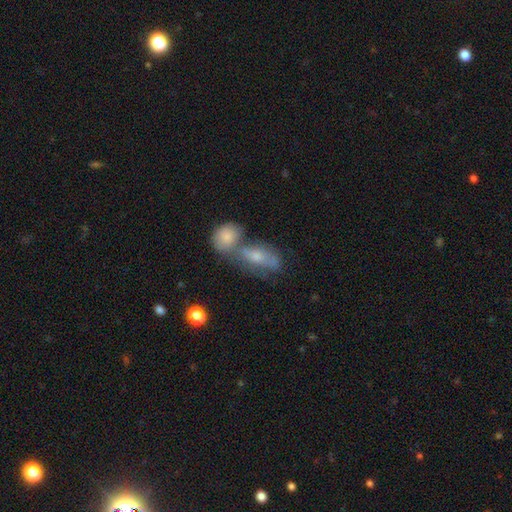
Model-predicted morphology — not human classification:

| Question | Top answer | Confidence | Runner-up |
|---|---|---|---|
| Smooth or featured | smooth | 38% | star or artifact (36%) |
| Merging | merger | 42% | none (38%) |